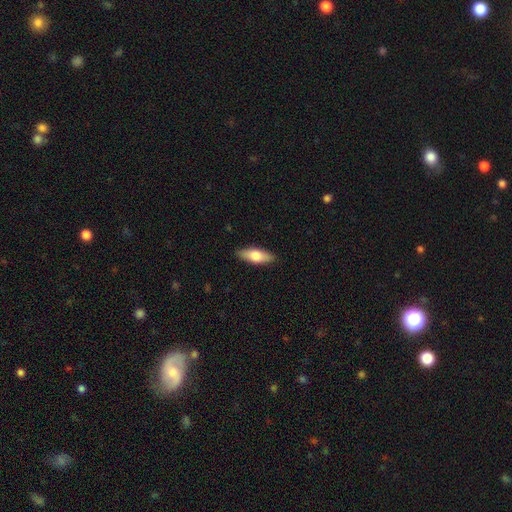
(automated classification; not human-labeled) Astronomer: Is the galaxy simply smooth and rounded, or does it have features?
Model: smooth — 68%.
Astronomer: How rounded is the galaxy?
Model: in between — 65%.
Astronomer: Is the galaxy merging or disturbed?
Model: none — 89%.